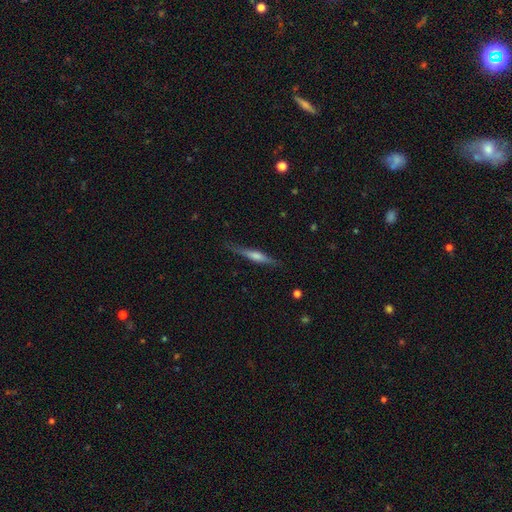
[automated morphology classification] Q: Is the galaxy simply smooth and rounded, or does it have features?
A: featured or disk — 58%.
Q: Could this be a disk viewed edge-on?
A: yes — 96%.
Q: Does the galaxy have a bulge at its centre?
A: rounded — 64%.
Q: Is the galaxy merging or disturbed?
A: none — 81%.